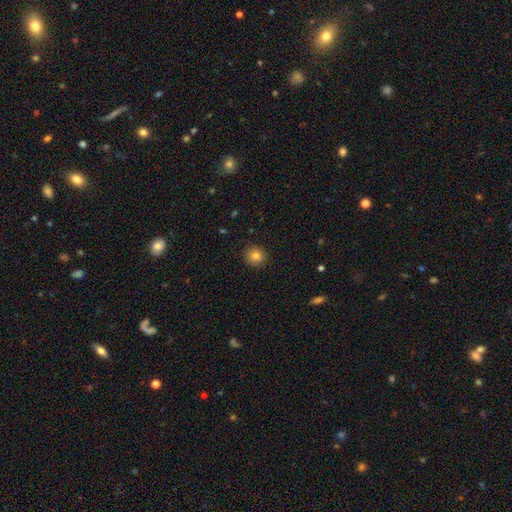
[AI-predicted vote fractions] Q: Smooth or featured?
A: smooth (82%); runner-up: star or artifact (11%)
Q: How rounded?
A: round (91%); runner-up: in between (8%)
Q: Merging?
A: none (91%); runner-up: minor disturbance (7%)